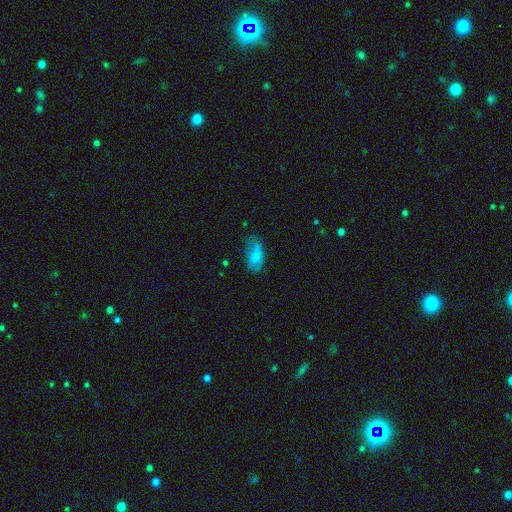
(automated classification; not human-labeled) smooth_or_featured: smooth (p=0.76) [alt: featured or disk p=0.16]
how_rounded: in between (p=0.90) [alt: cigar-shaped p=0.07]
merging: none (p=0.51) [alt: minor disturbance p=0.32]